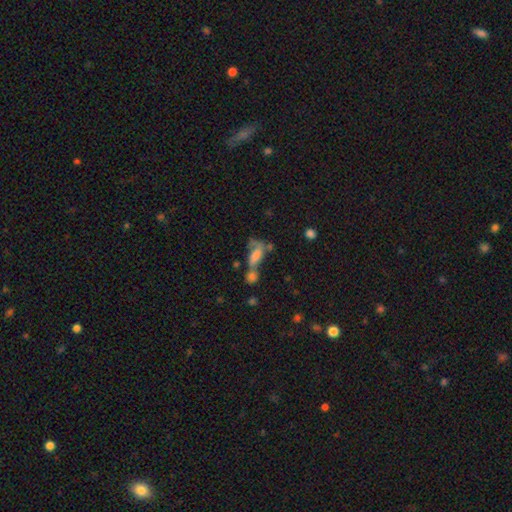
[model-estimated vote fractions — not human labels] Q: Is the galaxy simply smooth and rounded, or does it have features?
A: smooth — 57%.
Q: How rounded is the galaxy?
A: in between — 70%.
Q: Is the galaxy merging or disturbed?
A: merger — 46%.